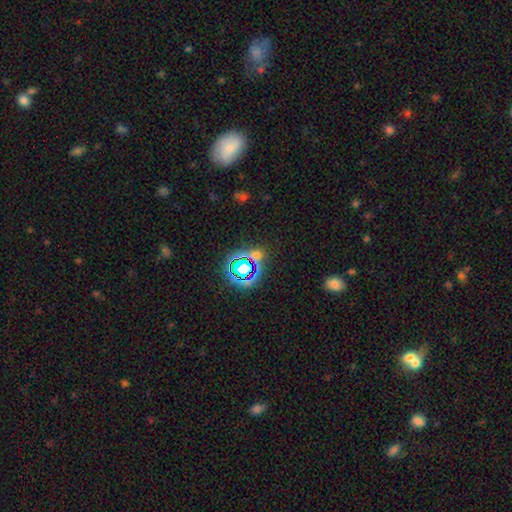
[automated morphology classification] The model was most divided on "smooth or featured": star or artifact: 65%, smooth: 26%, featured or disk: 9%.